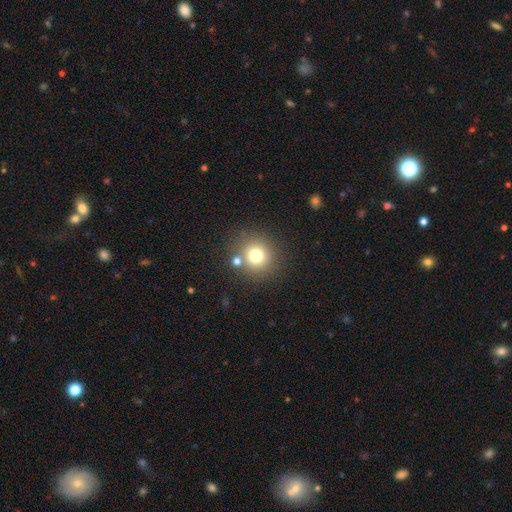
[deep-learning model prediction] Smooth or featured? Predicted: smooth (p=0.75). How rounded? Predicted: round (p=0.92). Merging? Predicted: none (p=0.79).